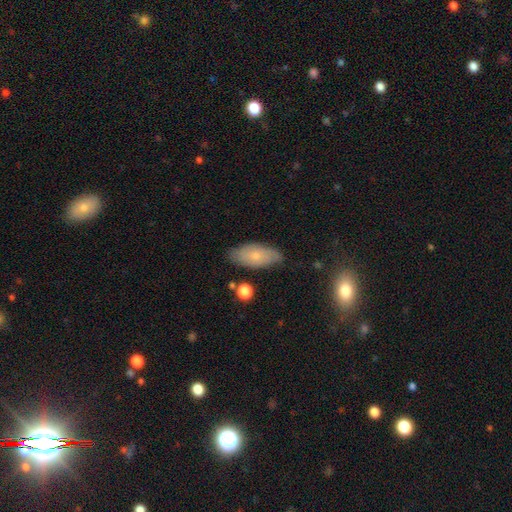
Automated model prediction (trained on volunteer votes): Q: Smooth or featured?
A: smooth (65%); runner-up: featured or disk (28%)
Q: How rounded?
A: in between (88%); runner-up: cigar-shaped (9%)
Q: Merging?
A: none (76%); runner-up: minor disturbance (19%)